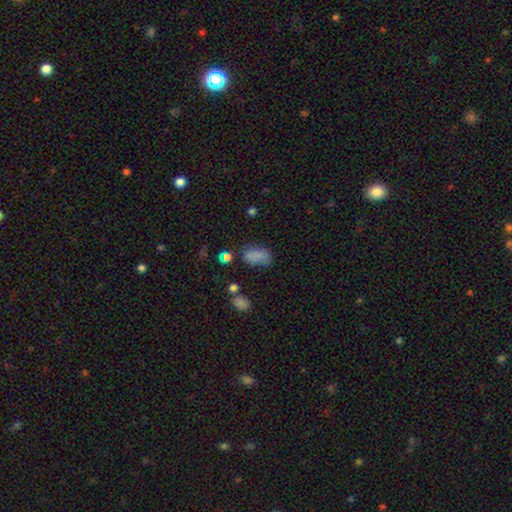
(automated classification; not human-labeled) This appears to be a smooth galaxy with no disk features (77%) that is in between round and cigar-shaped (90%). Merging: none (55%).